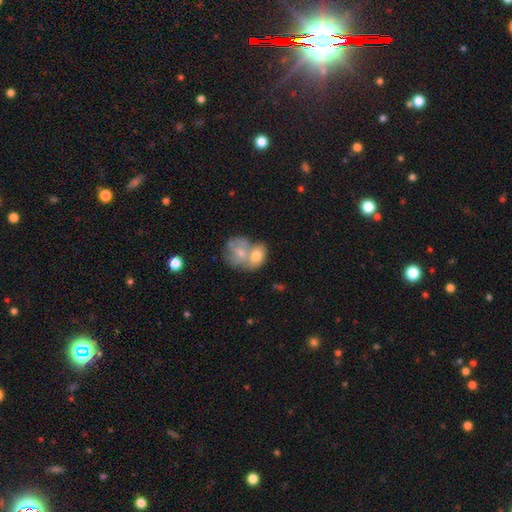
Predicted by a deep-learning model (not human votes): The model was most divided on "how rounded": in between: 64%, round: 34%, cigar-shaped: 2%. More confident: smooth or featured — smooth (68%); merging — merger (66%).